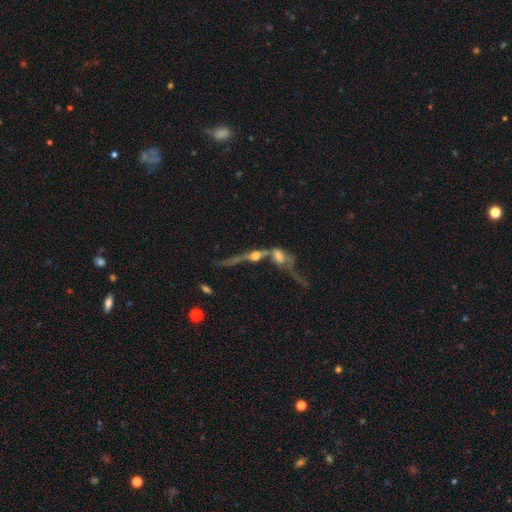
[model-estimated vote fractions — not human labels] Q: Smooth or featured?
A: featured or disk (63%); runner-up: smooth (23%)
Q: Edge-on disk?
A: yes (58%); runner-up: no (42%)
Q: Merging?
A: merger (66%); runner-up: none (15%)